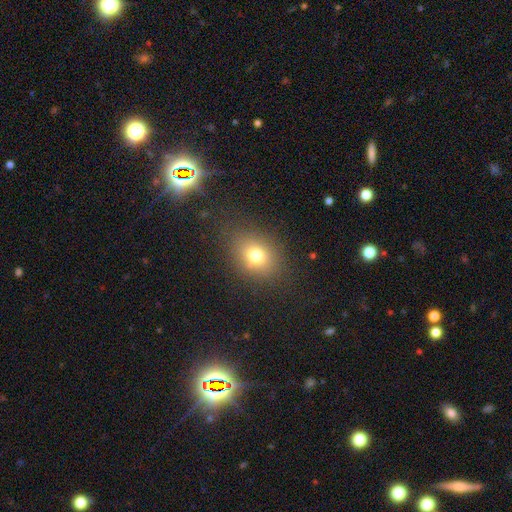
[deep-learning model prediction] Overall: smooth (74%). How rounded: in between (53%; round 46%). Merging: none (80%).